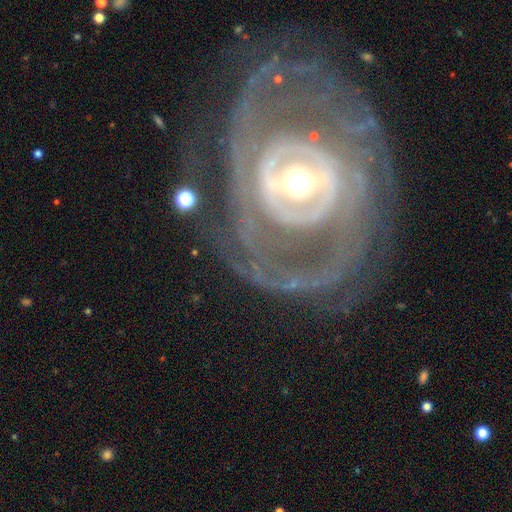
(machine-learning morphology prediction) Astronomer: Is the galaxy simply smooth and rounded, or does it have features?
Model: featured or disk — 86%.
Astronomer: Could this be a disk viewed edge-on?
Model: no — 95%.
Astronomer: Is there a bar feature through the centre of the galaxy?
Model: strong — 38% (runner-up: weak, 34%).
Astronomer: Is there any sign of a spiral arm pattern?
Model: yes — 78%.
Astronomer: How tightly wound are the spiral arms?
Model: tight — 61%.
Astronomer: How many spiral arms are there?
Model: can't tell — 36% (runner-up: 2, 30%).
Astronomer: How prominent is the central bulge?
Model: moderate — 61%.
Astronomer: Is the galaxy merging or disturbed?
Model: none — 66%.